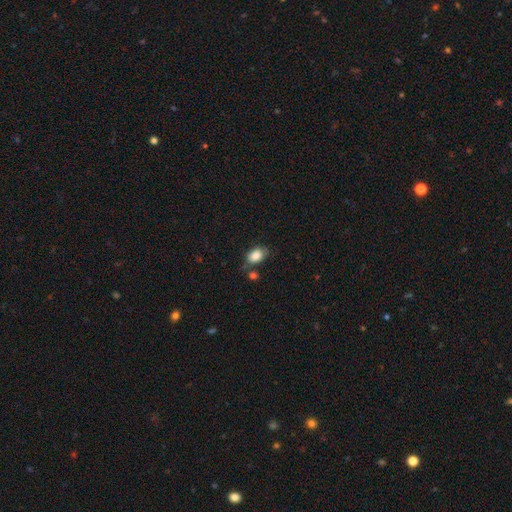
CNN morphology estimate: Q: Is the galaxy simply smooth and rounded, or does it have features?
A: smooth — 85%.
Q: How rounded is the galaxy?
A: in between — 83%.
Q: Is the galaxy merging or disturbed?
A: none — 61%.